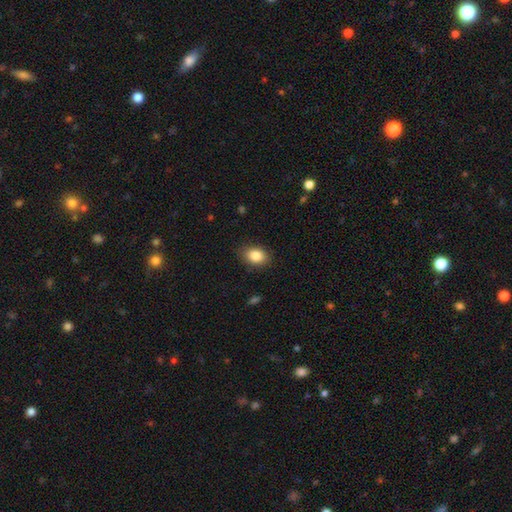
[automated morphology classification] smooth-or-featured: smooth: 85% | star or artifact: 8% | featured or disk: 7%
  how-rounded: in between: 76% | round: 23% | cigar-shaped: 1%
  merging: none: 85% | minor disturbance: 11% | major disturbance: 3% | merger: 1%